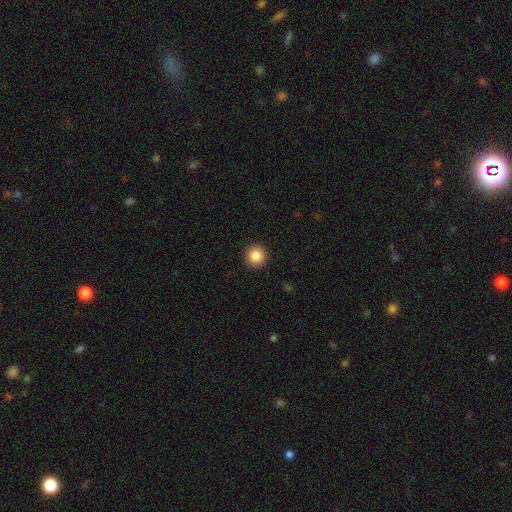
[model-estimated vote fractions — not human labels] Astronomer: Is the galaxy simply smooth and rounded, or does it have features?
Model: smooth — 86%.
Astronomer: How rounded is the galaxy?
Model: round — 96%.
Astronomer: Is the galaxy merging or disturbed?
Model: none — 93%.